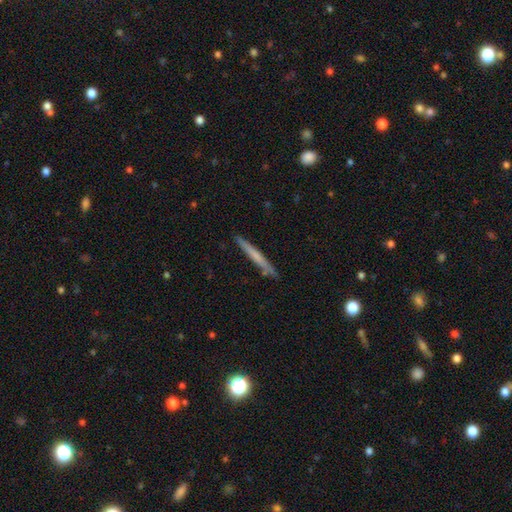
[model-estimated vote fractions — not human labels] A smooth galaxy with no disk features (53%) that is cigar-shaped (97%).

Vote fractions:
- Smooth or featured? smooth: 53% / featured or disk: 42% / star or artifact: 6%
- How rounded? cigar-shaped: 97% / in between: 2% / round: 1%
- Merging? none: 88% / minor disturbance: 9% / merger: 2% / major disturbance: 2%